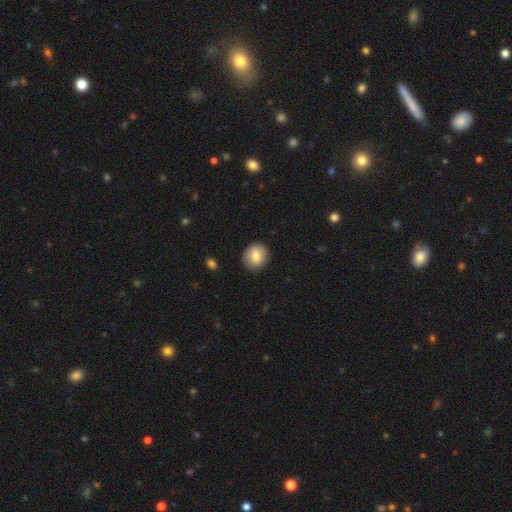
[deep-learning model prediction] Smooth or featured: smooth — 80% (featured or disk — 12%)
How rounded: round — 71% (in between — 28%)
Merging: none — 86% (minor disturbance — 11%)